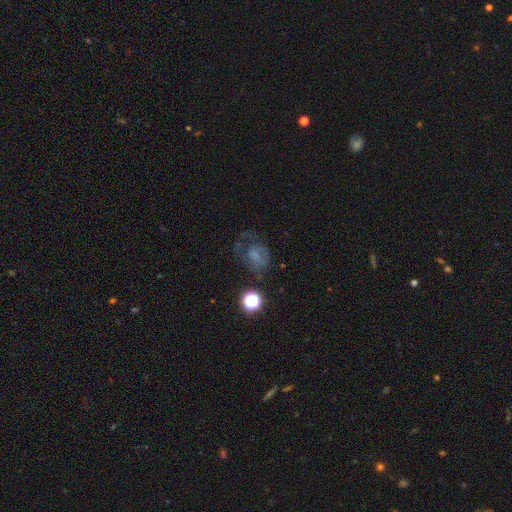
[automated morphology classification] A smooth galaxy with no disk features (45%).

Vote fractions:
- Smooth or featured? smooth: 45% / featured or disk: 33% / star or artifact: 22%
- Merging? major disturbance: 37% (tied) / none: 37% (tied) / minor disturbance: 22% / merger: 4%